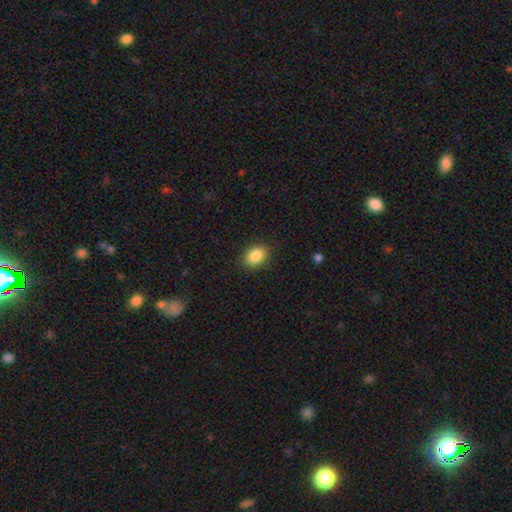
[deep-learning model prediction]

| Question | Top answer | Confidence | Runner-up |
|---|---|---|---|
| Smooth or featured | smooth | 86% | star or artifact (8%) |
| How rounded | in between | 79% | round (20%) |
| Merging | none | 88% | minor disturbance (9%) |